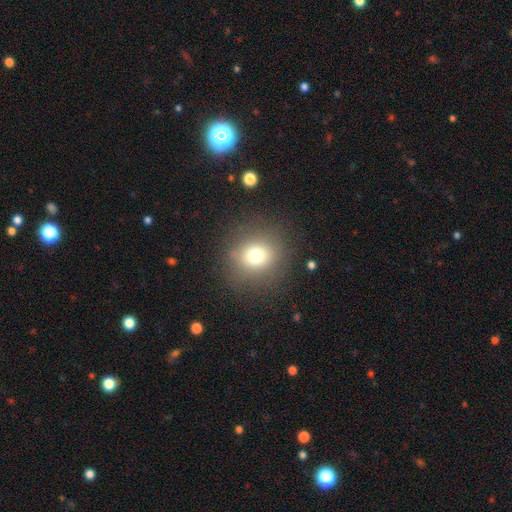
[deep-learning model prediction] A smooth galaxy with no disk features (73%) that is round (86%). Merging: none (84%).